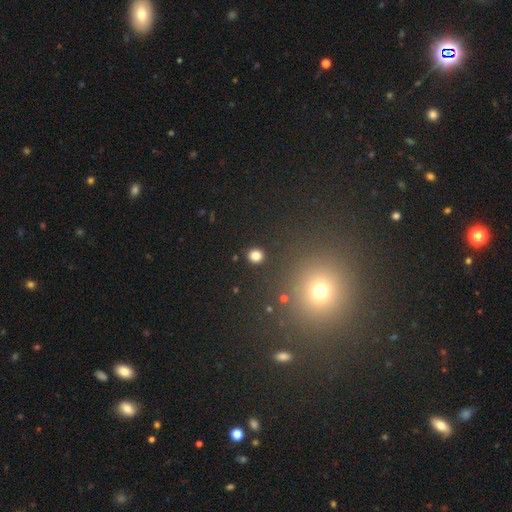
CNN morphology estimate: Smooth or featured: smooth — 82% (star or artifact — 14%)
How rounded: round — 80% (in between — 19%)
Merging: none — 90% (minor disturbance — 6%)